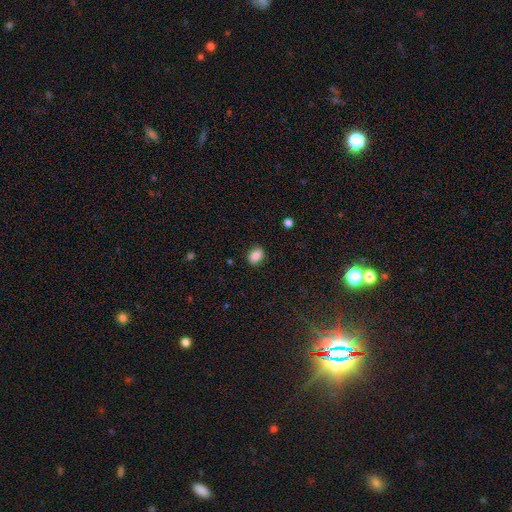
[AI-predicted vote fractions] Overall: smooth (87%). How rounded: in between (75%). Merging: none (86%).